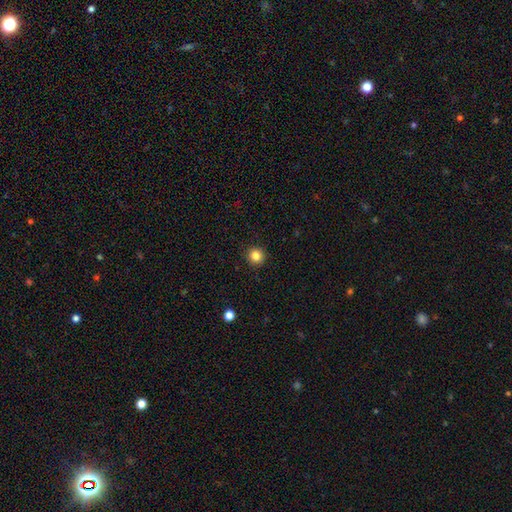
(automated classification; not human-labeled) smooth_or_featured: smooth (p=0.83) [alt: star or artifact p=0.12]
how_rounded: round (p=0.95) [alt: in between p=0.04]
merging: none (p=0.92) [alt: minor disturbance p=0.05]